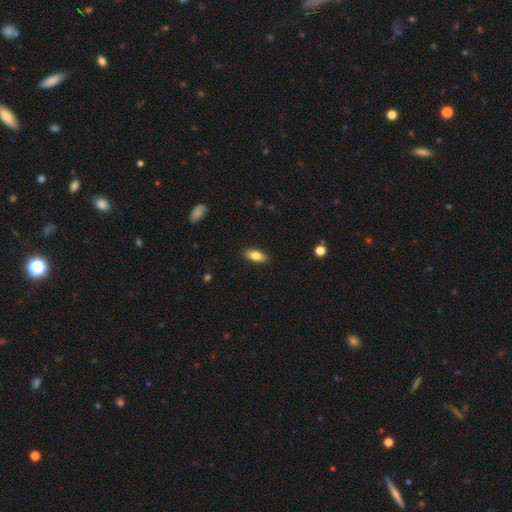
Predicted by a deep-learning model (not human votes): A smooth galaxy with no disk features (76%) that is in between round and cigar-shaped (81%). Merging: none (89%).